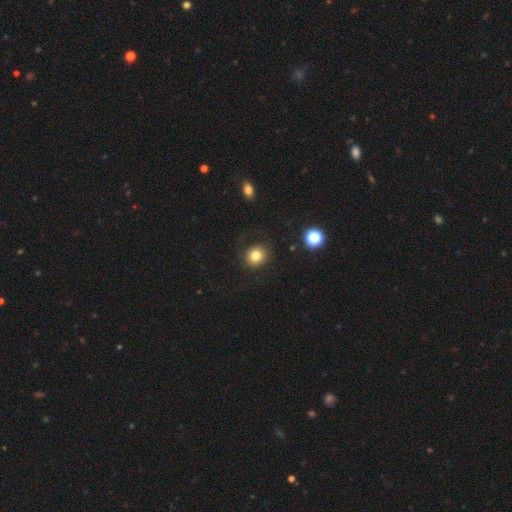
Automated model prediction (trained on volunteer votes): A smooth galaxy with no disk features (81%) that is round (81%). Merging: none (86%).